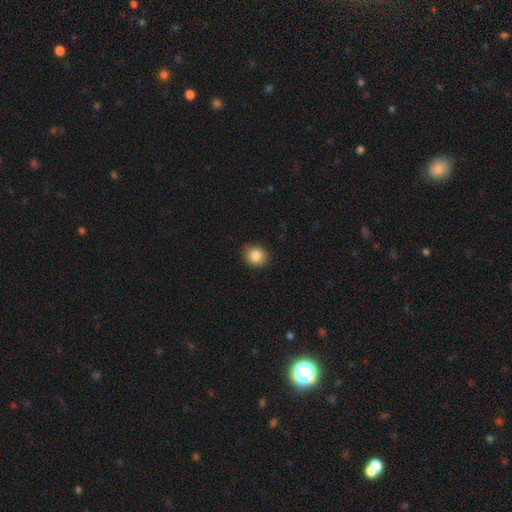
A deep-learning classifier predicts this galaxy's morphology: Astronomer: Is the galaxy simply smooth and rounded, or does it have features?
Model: smooth — 85%.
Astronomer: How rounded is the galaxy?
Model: round — 73%.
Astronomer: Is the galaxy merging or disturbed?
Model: none — 85%.